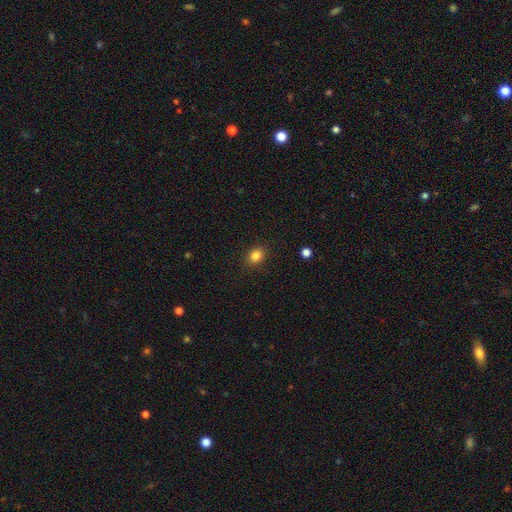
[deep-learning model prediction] Smooth or featured? smooth (84%)
How rounded? round (55%)
Merging? none (88%)